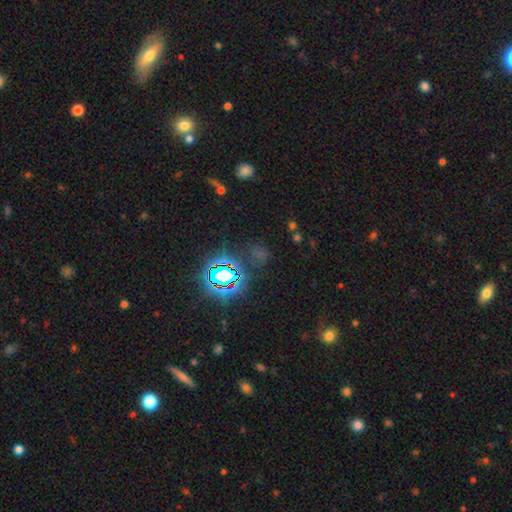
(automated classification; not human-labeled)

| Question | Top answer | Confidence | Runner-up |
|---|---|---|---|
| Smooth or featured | star or artifact | 74% | smooth (18%) |